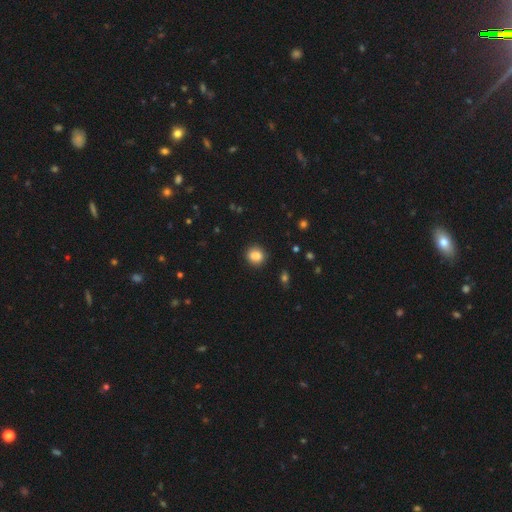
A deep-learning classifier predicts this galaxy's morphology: This is clearly a smooth galaxy (86%). How rounded: likely round (78%). Merging: clearly none (90%).